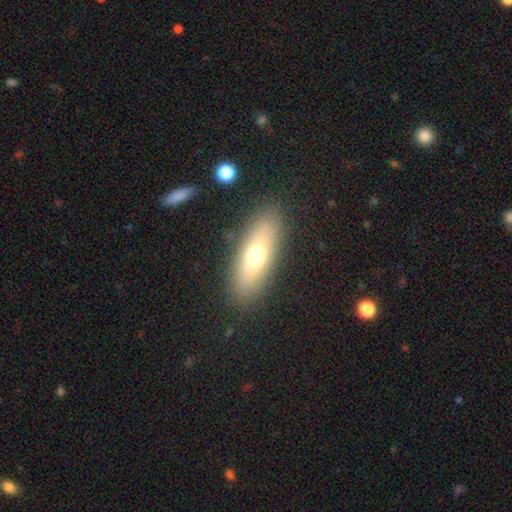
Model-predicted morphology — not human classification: Smooth or featured? smooth (66%)
How rounded? in between (62%)
Merging? none (86%)